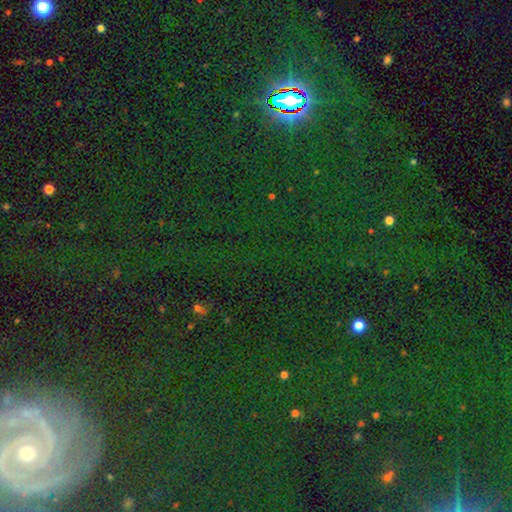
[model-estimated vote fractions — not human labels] Morphology: type=star or artifact (80%).